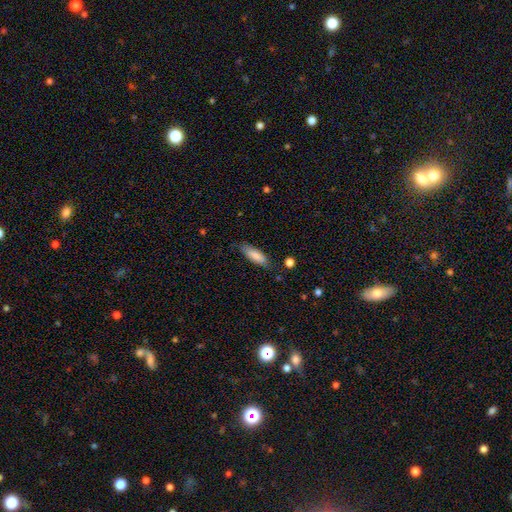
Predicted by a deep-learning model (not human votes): This appears to be a smooth galaxy with no disk features (85%) that is in between round and cigar-shaped (51%). Merging: none (77%).